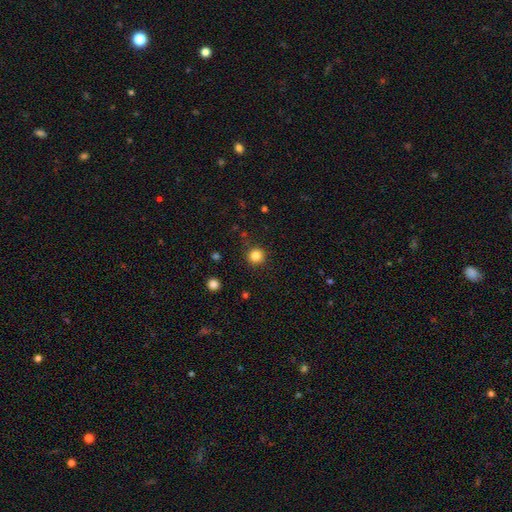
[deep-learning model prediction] Smooth or featured?
  - smooth: 84% *
  - star or artifact: 12%
  - featured or disk: 4%
How rounded?
  - round: 94% *
  - in between: 5%
  - cigar-shaped: 1%
Merging?
  - none: 90% *
  - minor disturbance: 6%
  - major disturbance: 2%
  - merger: 1%